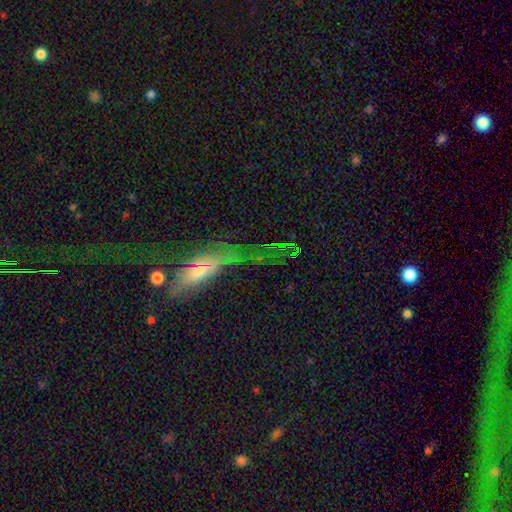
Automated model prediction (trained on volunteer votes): A featured or disk galaxy (48%). Merging: none (36%).